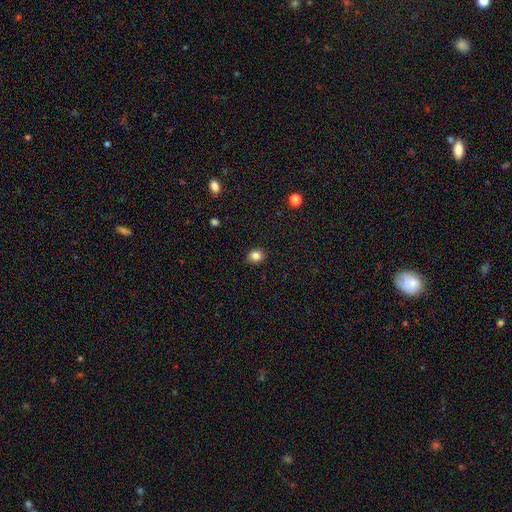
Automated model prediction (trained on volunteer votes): smooth 84%, star or artifact 11%, featured or disk 5%. Down the decision tree: how rounded — round (69%); merging — none (90%).